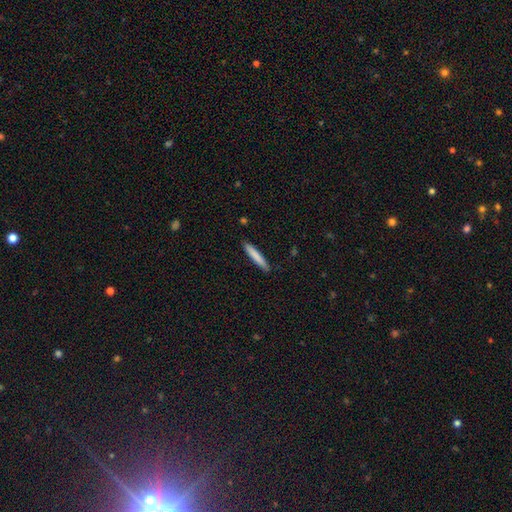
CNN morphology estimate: A smooth galaxy with no disk features (80%) that is cigar-shaped (93%). Merging: none (90%).